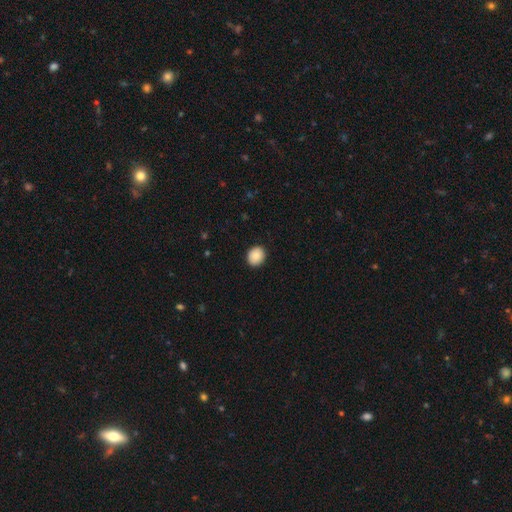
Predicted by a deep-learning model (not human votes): Smooth or featured? smooth (87%)
How rounded? round (68%)
Merging? none (91%)